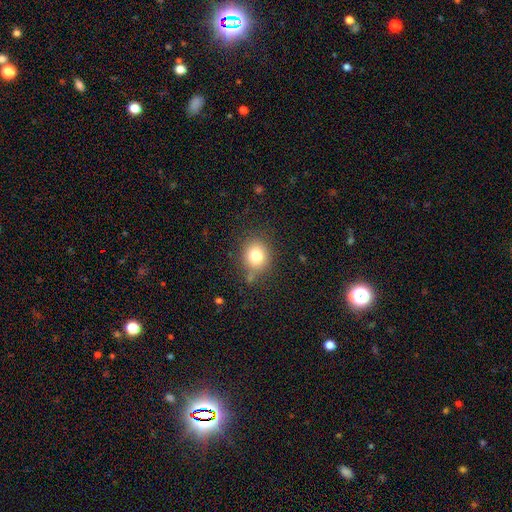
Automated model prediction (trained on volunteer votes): This appears to be a smooth galaxy with no disk features (78%) that is round (76%). Merging: none (77%).